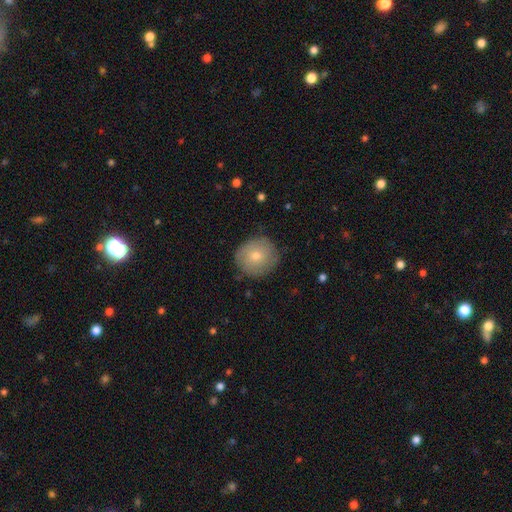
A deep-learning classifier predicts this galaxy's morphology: Overall: smooth (59%; featured or disk 32%). How rounded: round (90%). Merging: none (82%).